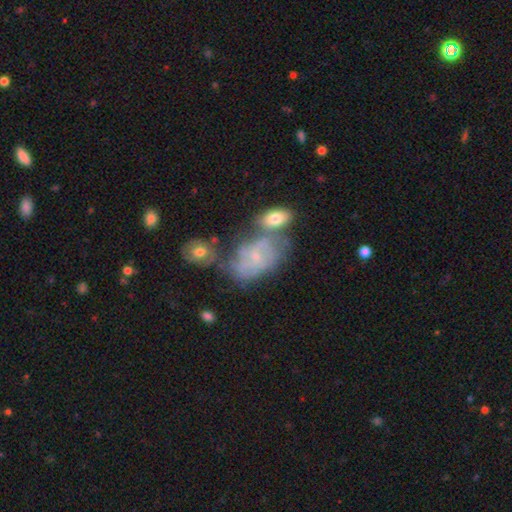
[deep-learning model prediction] Q: Smooth or featured?
A: featured or disk (61%); runner-up: smooth (27%)
Q: Edge-on disk?
A: no (94%); runner-up: yes (6%)
Q: Bar?
A: no (65%); runner-up: weak (29%)
Q: Spiral arms?
A: yes (78%); runner-up: no (22%)
Q: Bulge size?
A: small (74%); runner-up: moderate (17%)
Q: Merging?
A: none (43%); runner-up: merger (29%)